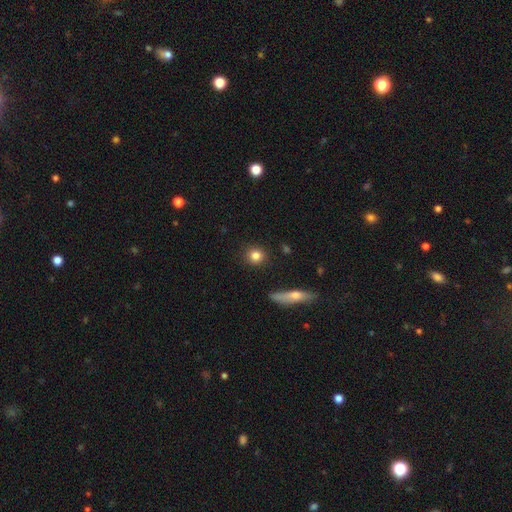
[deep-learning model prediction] Q: Smooth or featured?
A: smooth (82%); runner-up: star or artifact (9%)
Q: How rounded?
A: round (89%); runner-up: in between (9%)
Q: Merging?
A: none (90%); runner-up: minor disturbance (6%)